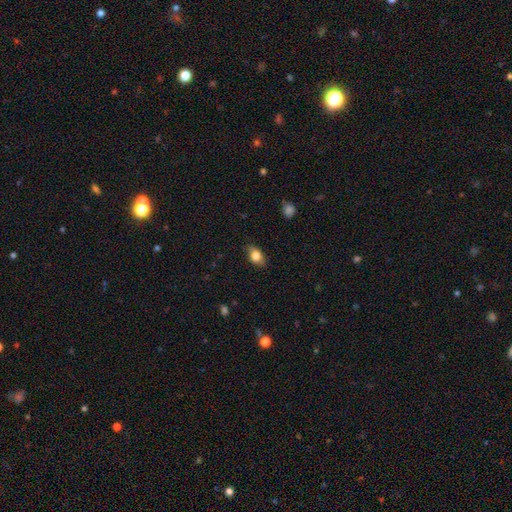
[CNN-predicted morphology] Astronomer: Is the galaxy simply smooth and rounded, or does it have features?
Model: smooth — 77%.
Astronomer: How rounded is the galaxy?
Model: in between — 81%.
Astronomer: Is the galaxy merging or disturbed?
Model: none — 79%.